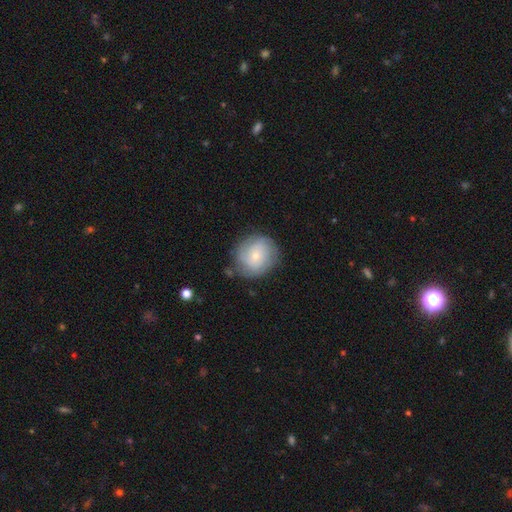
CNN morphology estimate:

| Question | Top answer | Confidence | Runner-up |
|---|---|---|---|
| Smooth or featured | smooth | 47% | featured or disk (46%) |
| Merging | none | 77% | minor disturbance (16%) |